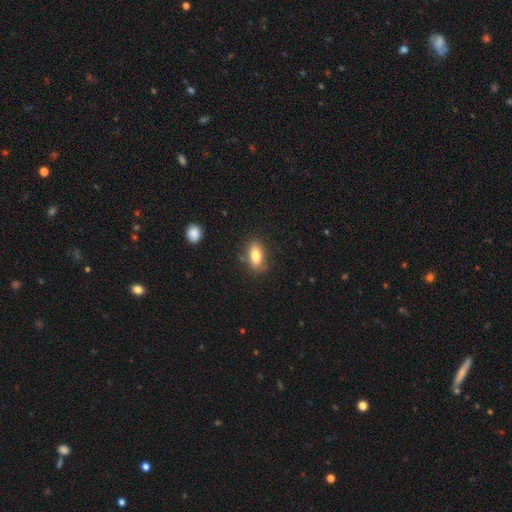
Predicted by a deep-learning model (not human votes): smooth-or-featured: smooth: 81% | featured or disk: 11% | star or artifact: 8%
  how-rounded: in between: 84% | cigar-shaped: 10% | round: 6%
  merging: none: 81% | minor disturbance: 14% | major disturbance: 3% | merger: 2%